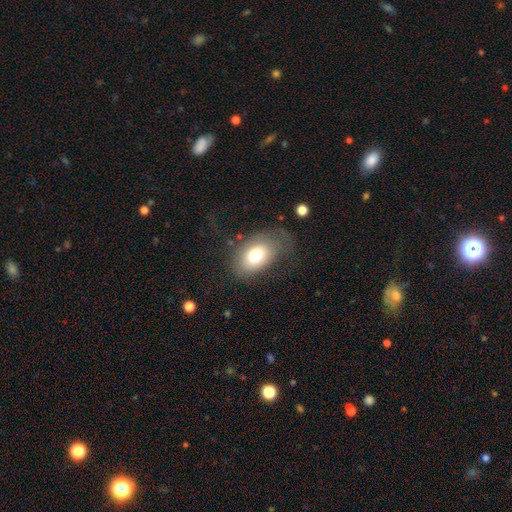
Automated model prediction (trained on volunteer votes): Smooth or featured? smooth (72%)
How rounded? in between (84%)
Merging? none (59%)